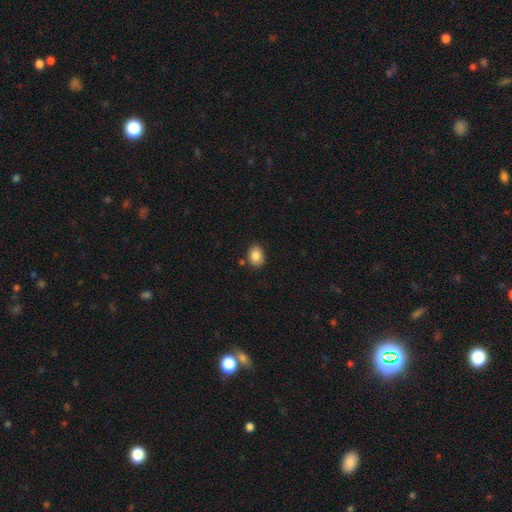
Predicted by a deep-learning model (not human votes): smooth_or_featured: smooth (p=0.85) [alt: star or artifact p=0.08]
how_rounded: in between (p=0.64) [alt: round p=0.35]
merging: none (p=0.81) [alt: minor disturbance p=0.12]